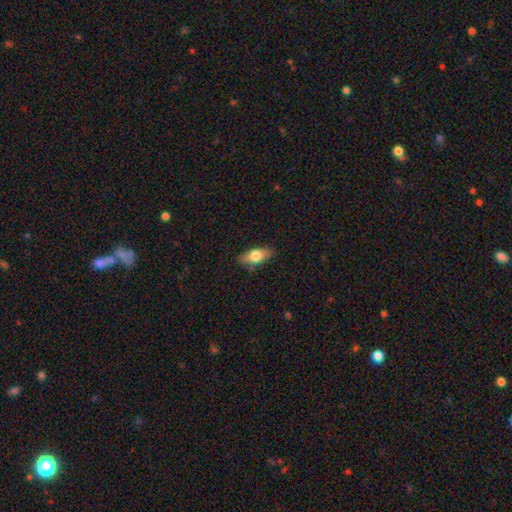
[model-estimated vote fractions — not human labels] Q: Smooth or featured?
A: smooth (74%); runner-up: featured or disk (20%)
Q: How rounded?
A: in between (85%); runner-up: cigar-shaped (11%)
Q: Merging?
A: none (84%); runner-up: minor disturbance (12%)